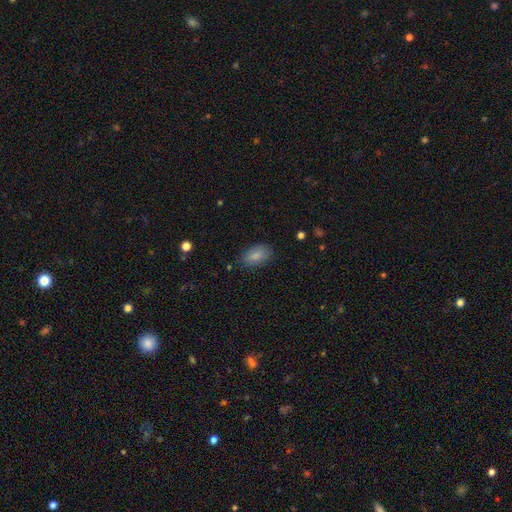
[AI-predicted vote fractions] A smooth galaxy with no disk features (86%) that is in between round and cigar-shaped (93%).

Vote fractions:
- Smooth or featured? smooth: 86% / featured or disk: 7% / star or artifact: 7%
- How rounded? in between: 93% / round: 5% / cigar-shaped: 3%
- Merging? none: 79% / minor disturbance: 16% / major disturbance: 4% / merger: 1%